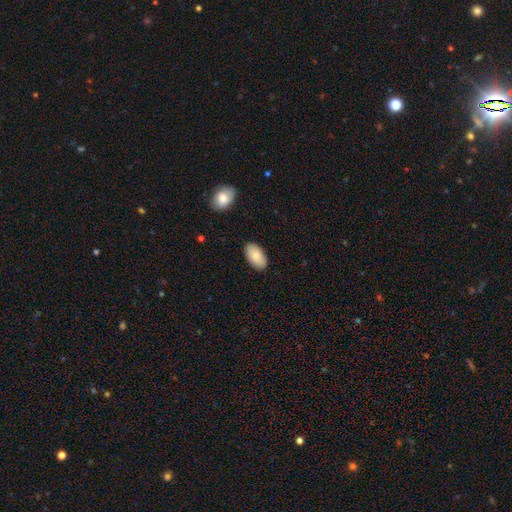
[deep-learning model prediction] Q: Smooth or featured?
A: smooth (87%); runner-up: featured or disk (7%)
Q: How rounded?
A: in between (95%); runner-up: round (3%)
Q: Merging?
A: none (88%); runner-up: minor disturbance (9%)